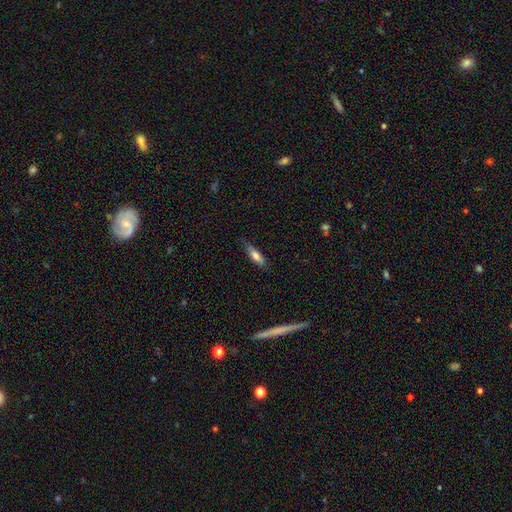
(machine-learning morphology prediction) smooth 71%, featured or disk 22%, star or artifact 7%. Down the decision tree: how rounded — cigar-shaped (60%); merging — none (76%).